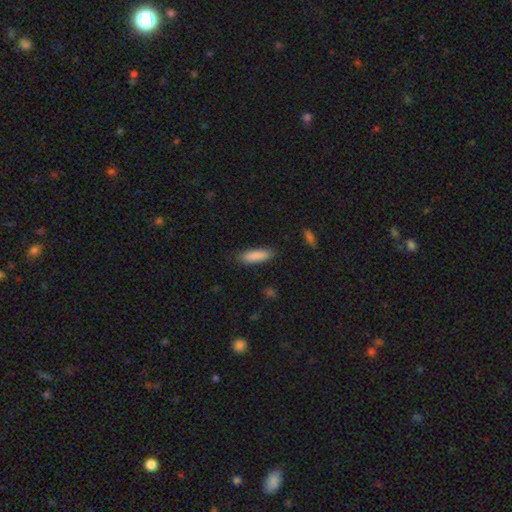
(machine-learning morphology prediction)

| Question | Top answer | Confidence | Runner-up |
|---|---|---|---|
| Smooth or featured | smooth | 88% | star or artifact (6%) |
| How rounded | cigar-shaped | 53% | in between (46%) |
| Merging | none | 85% | minor disturbance (11%) |